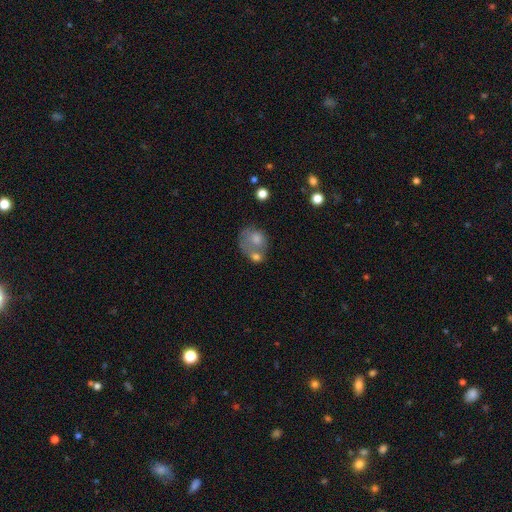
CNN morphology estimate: Smooth or featured? Predicted: smooth (p=0.60). How rounded? Predicted: round (p=0.55). Merging? Predicted: merger (p=0.39).